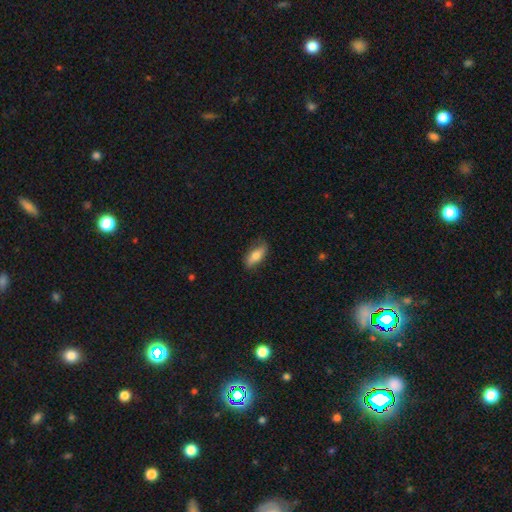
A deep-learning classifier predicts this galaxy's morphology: Smooth or featured?
  - smooth: 71% *
  - featured or disk: 23%
  - star or artifact: 6%
How rounded?
  - in between: 78% *
  - cigar-shaped: 19%
  - round: 3%
Merging?
  - none: 73% *
  - minor disturbance: 21%
  - major disturbance: 5%
  - merger: 1%